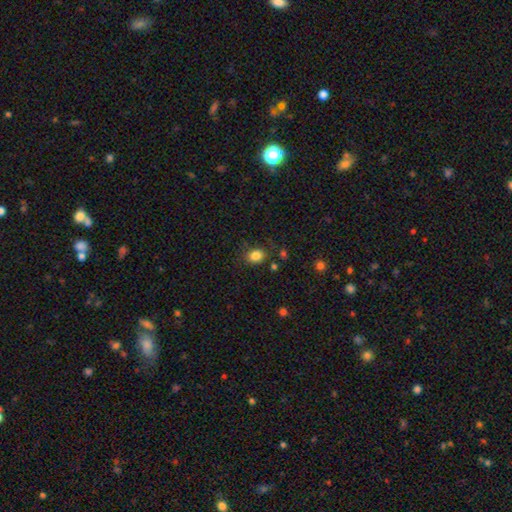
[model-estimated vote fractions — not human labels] A smooth galaxy with no disk features (84%) that is in between round and cigar-shaped (53%). Merging: none (78%).